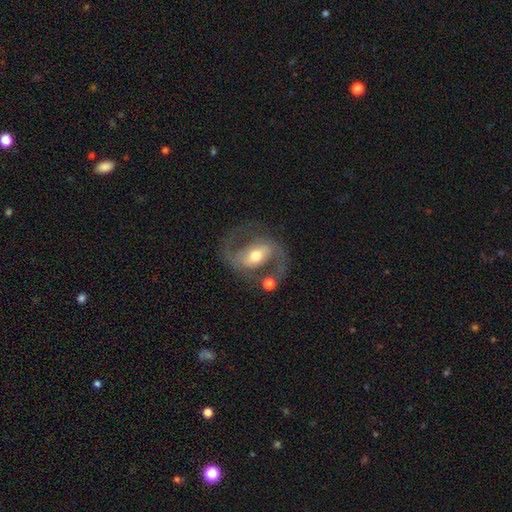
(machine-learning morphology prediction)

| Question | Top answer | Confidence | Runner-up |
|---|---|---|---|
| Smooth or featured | featured or disk | 86% | smooth (9%) |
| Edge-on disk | no | 97% | yes (3%) |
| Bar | strong | 43% | weak (38%) |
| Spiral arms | yes | 93% | no (7%) |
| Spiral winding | medium | 57% | loose (30%) |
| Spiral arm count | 2 | 92% | can't tell (3%) |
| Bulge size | moderate | 70% | small (19%) |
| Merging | none | 69% | minor disturbance (13%) |